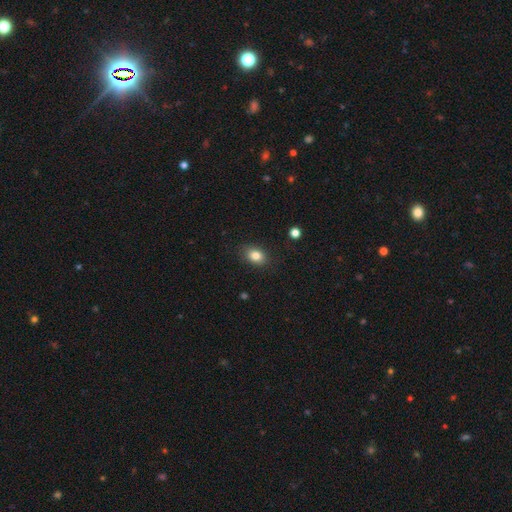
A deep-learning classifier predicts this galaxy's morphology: The model was most divided on "how rounded": in between: 73%, round: 26%, cigar-shaped: 1%. More confident: merging — none (86%); smooth or featured — smooth (83%).